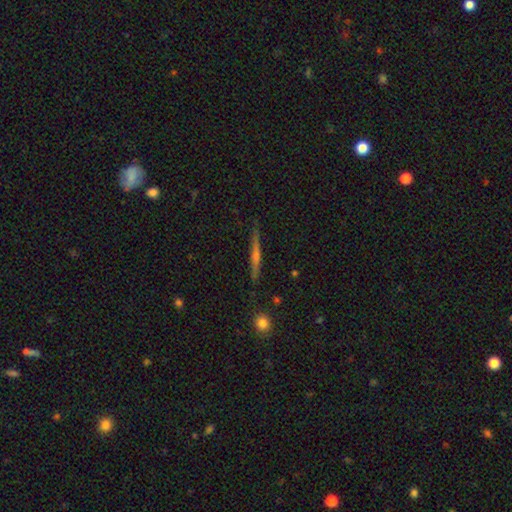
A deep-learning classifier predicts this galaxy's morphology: This is possibly a featured or disk galaxy (58%). It is clearly viewed edge-on (97%). Edge-on bulge: possibly rounded (46%). Merging: clearly none (88%).